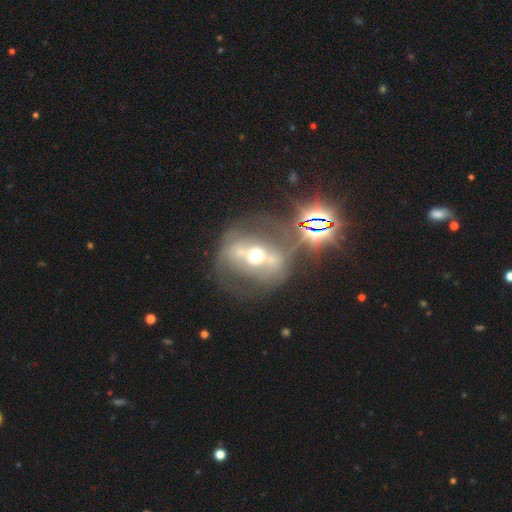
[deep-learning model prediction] Smooth or featured?
  - featured or disk: 65% *
  - star or artifact: 18%
  - smooth: 17%
Edge-on disk?
  - no: 87% *
  - yes: 13%
Bar?
  - strong: 55% *
  - weak: 23%
  - no: 22%
Spiral arms?
  - no: 64% *
  - yes: 36%
Bulge size?
  - moderate: 72% *
  - small: 15%
  - large: 10%
  - dominant: 2%
  - none: 1%
Merging?
  - none: 55% *
  - major disturbance: 16%
  - minor disturbance: 15%
  - merger: 14%